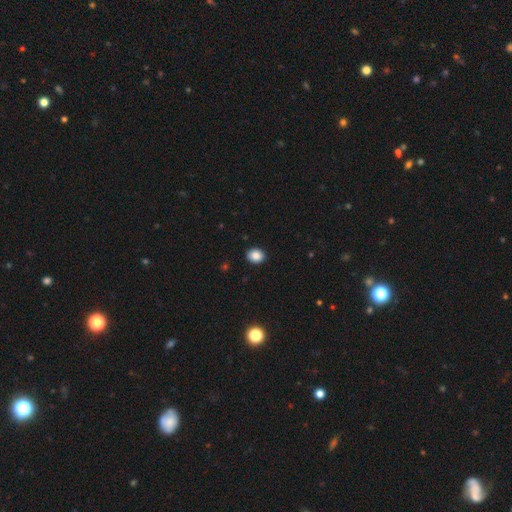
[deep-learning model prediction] The model was most divided on "how rounded": round: 58%, in between: 41%, cigar-shaped: 1%. More confident: merging — none (91%); smooth or featured — smooth (87%).